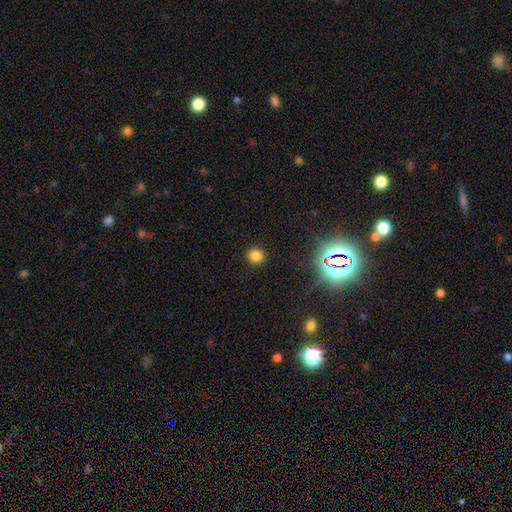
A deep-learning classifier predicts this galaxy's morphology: Smooth or featured? smooth (80%)
How rounded? round (77%)
Merging? none (90%)